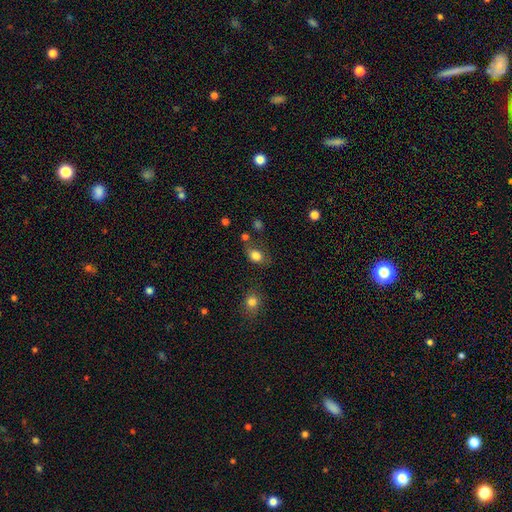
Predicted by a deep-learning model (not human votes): smooth-or-featured: smooth: 83% | star or artifact: 10% | featured or disk: 7%
  how-rounded: in between: 68% | round: 31% | cigar-shaped: 2%
  merging: none: 61% | minor disturbance: 23% | major disturbance: 8% | merger: 8%